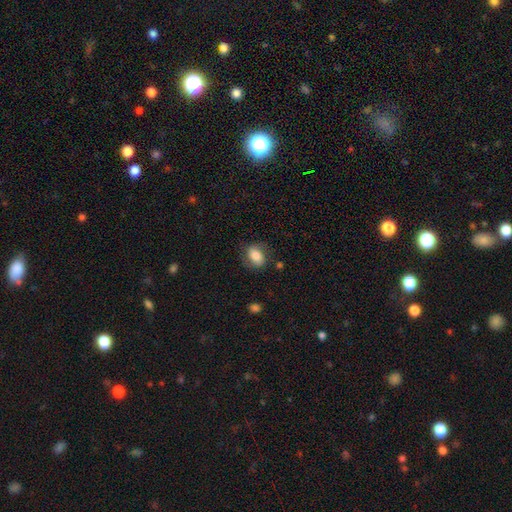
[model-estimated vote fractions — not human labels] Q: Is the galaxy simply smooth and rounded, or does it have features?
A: smooth — 74%.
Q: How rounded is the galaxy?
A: in between — 77%.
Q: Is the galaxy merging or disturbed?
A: none — 71%.